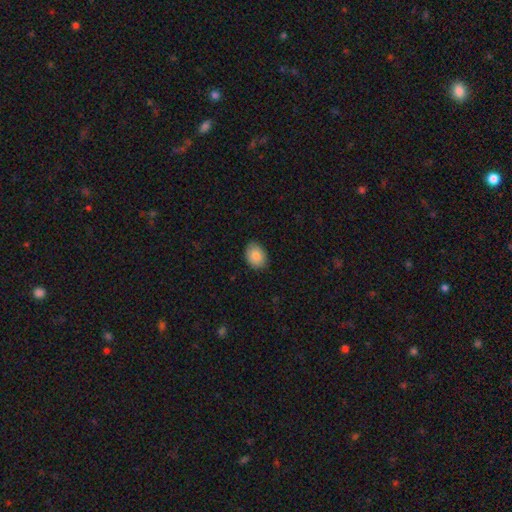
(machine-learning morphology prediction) The model was most divided on "how rounded": in between: 69%, round: 31%, cigar-shaped: 1%. More confident: merging — none (85%); smooth or featured — smooth (84%).